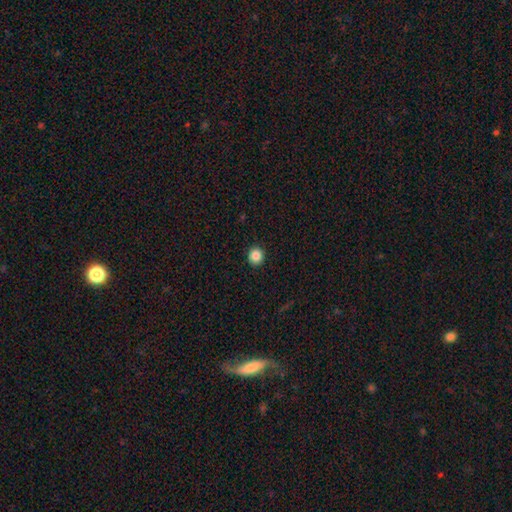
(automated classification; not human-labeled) A smooth galaxy with no disk features (86%) that is round (89%). Merging: none (93%).